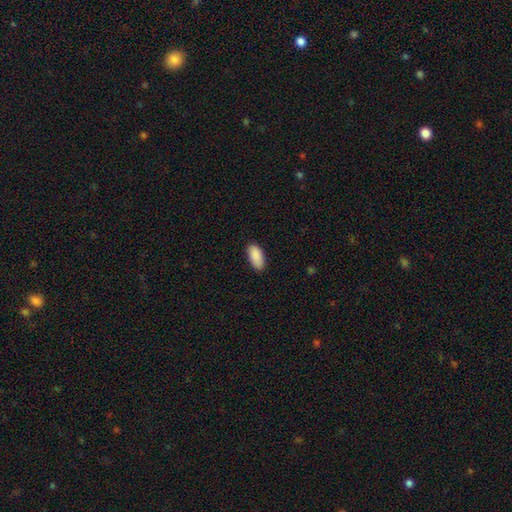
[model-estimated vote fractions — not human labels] smooth_or_featured: smooth (p=0.91) [alt: star or artifact p=0.06]
how_rounded: in between (p=0.92) [alt: cigar-shaped p=0.06]
merging: none (p=0.86) [alt: minor disturbance p=0.11]